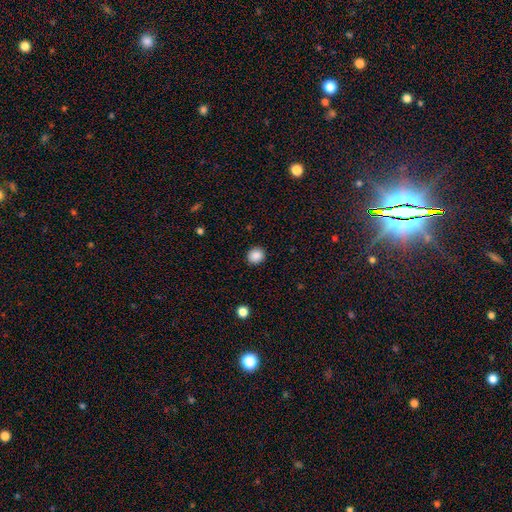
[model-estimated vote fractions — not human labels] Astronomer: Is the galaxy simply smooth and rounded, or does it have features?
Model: smooth — 88%.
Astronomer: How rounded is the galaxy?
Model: round — 82%.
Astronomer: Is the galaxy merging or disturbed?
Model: none — 90%.